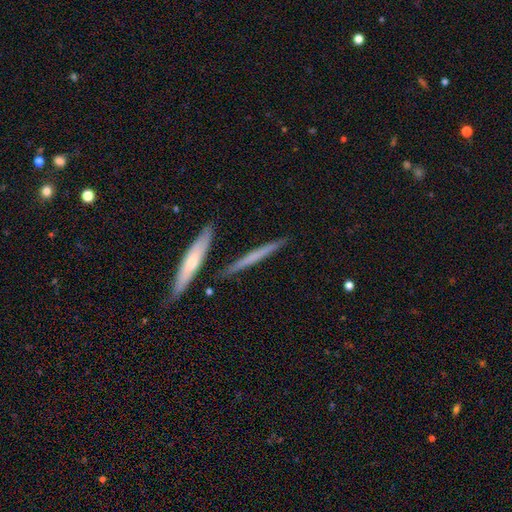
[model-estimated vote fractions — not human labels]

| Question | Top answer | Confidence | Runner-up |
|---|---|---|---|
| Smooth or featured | smooth | 51% | featured or disk (44%) |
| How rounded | cigar-shaped | 95% | in between (3%) |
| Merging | none | 84% | minor disturbance (9%) |